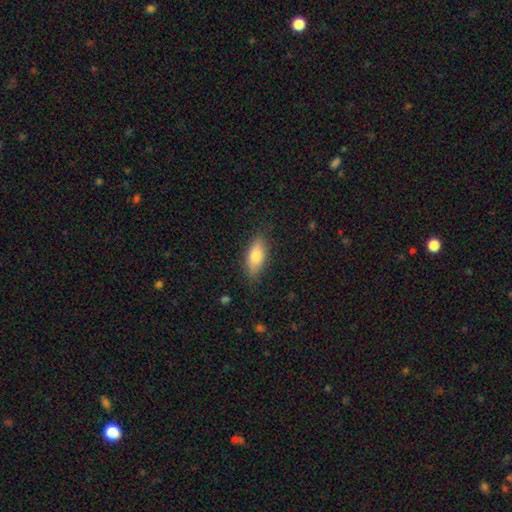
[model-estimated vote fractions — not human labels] Smooth or featured? Predicted: smooth (p=0.79). How rounded? Predicted: in between (p=0.76). Merging? Predicted: none (p=0.82).